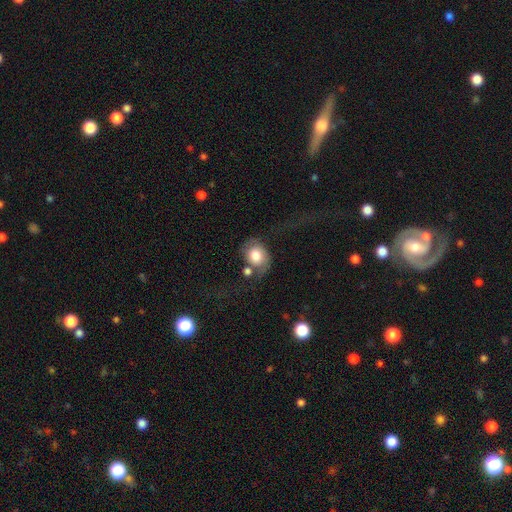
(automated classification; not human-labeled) Smooth or featured? Predicted: smooth (p=0.65). How rounded? Predicted: round (p=0.59). Merging? Predicted: major disturbance (p=0.32).